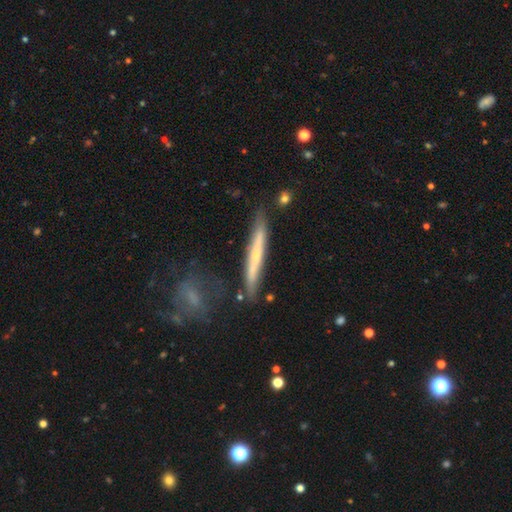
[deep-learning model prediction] Overall: featured or disk (57%; smooth 37%). Edge-on disk: yes (91%). Edge-on bulge: rounded (53%; none 42%). Merging: none (78%).